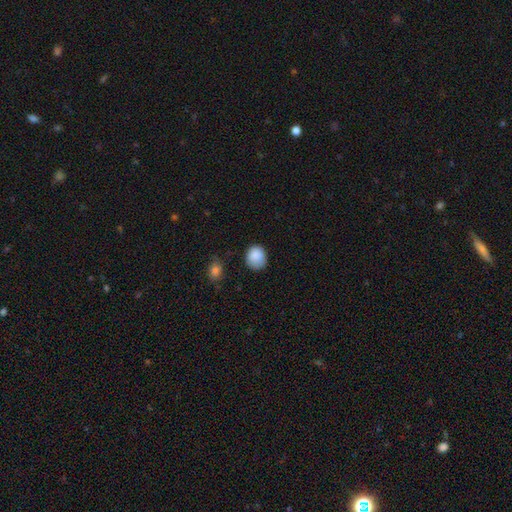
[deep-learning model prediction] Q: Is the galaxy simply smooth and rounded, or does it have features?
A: smooth — 88%.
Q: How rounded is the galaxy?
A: round — 71%.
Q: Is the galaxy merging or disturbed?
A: none — 70%.